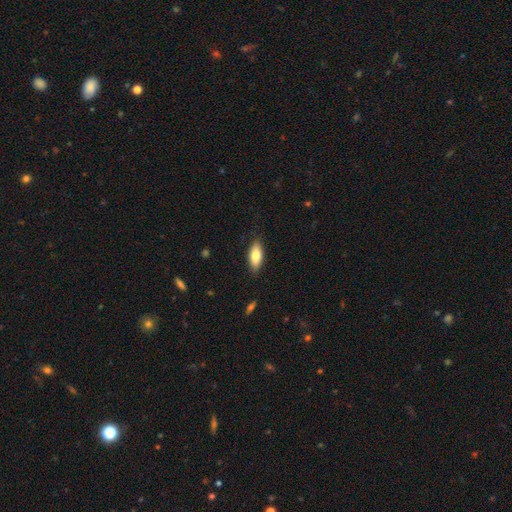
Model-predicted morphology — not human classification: Smooth or featured? smooth (79%)
How rounded? in between (82%)
Merging? none (86%)